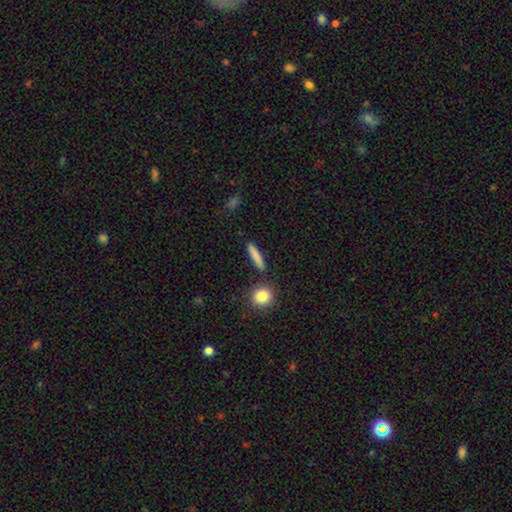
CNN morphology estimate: smooth 81%, featured or disk 12%, star or artifact 7%. Down the decision tree: how rounded — cigar-shaped (85%); merging — none (88%).